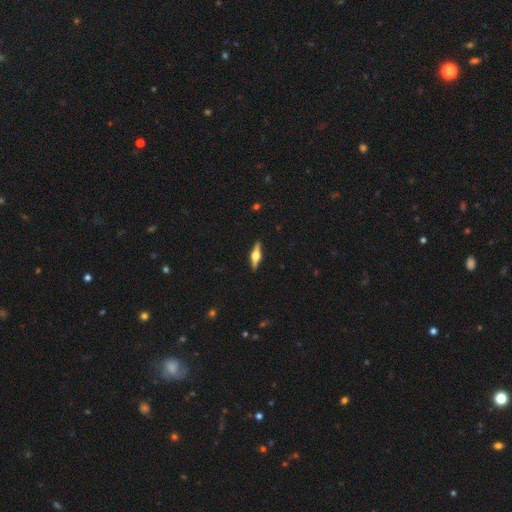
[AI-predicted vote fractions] smooth-or-featured: featured or disk: 73% | smooth: 21% | star or artifact: 6%
  disk-edge-on: yes: 97% | no: 3%
    edge-on-bulge: rounded: 94% | boxy: 4% | none: 1%
  merging: none: 90% | minor disturbance: 7% | major disturbance: 2% | merger: 1%